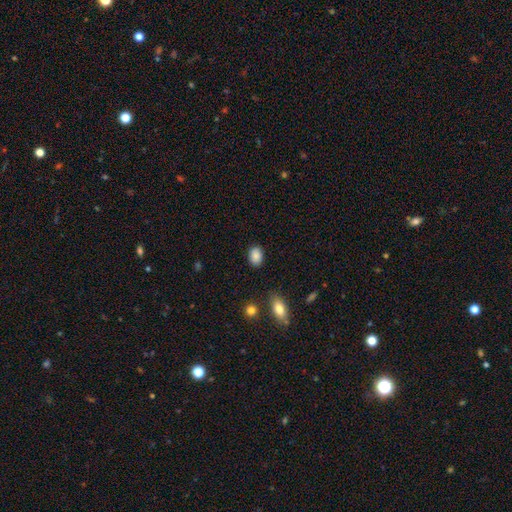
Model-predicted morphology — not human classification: A smooth galaxy with no disk features (88%) that is in between round and cigar-shaped (77%). Merging: none (86%).